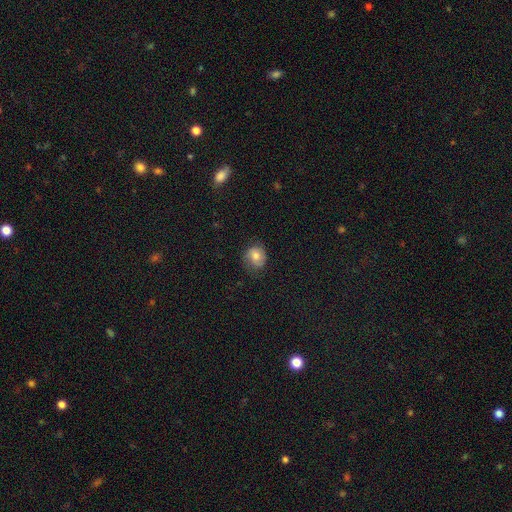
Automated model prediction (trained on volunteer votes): A smooth galaxy with no disk features (68%) that is round (74%). Merging: none (67%).